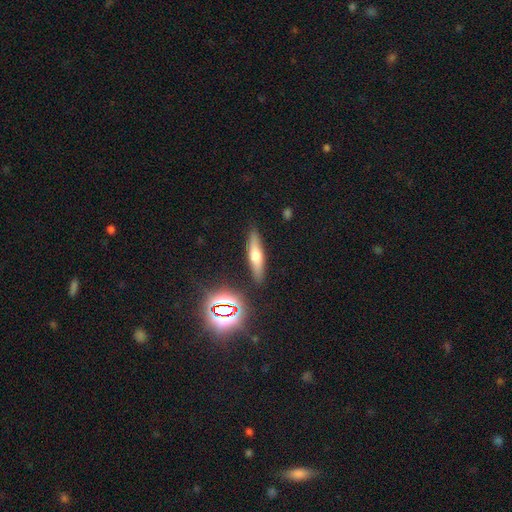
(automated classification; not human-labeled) Smooth or featured? Predicted: smooth (p=0.51). How rounded? Predicted: cigar-shaped (p=0.76). Merging? Predicted: none (p=0.86).